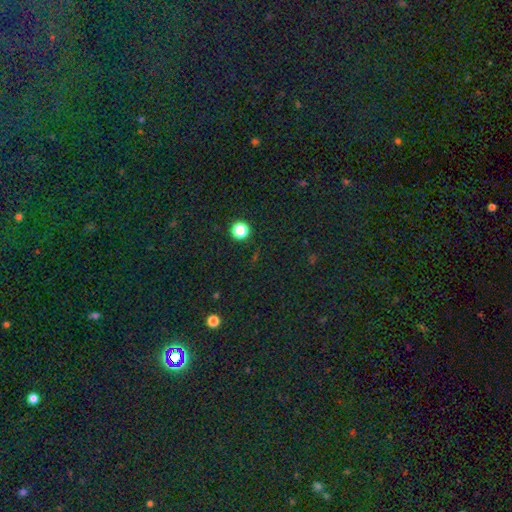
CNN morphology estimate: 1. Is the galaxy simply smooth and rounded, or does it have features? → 75% star or artifact, 18% smooth, 7% featured or disk.